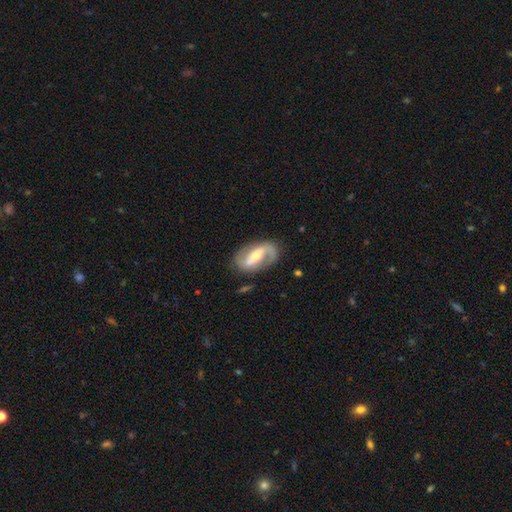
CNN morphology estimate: Smooth or featured?
  - featured or disk: 83% *
  - smooth: 12%
  - star or artifact: 5%
Edge-on disk?
  - no: 96% *
  - yes: 4%
Bar?
  - strong: 51% *
  - weak: 32%
  - no: 17%
Spiral arms?
  - yes: 91% *
  - no: 9%
Spiral winding?
  - medium: 43% *
  - loose: 39%
  - tight: 19%
Spiral arm count?
  - 2: 85% *
  - 1: 8%
  - can't tell: 4%
  - 3: 1%
  - 4: 1%
  - more than 4: 1%
Bulge size?
  - moderate: 57% *
  - small: 37%
  - large: 4%
  - none: 2%
  - dominant: 1%
Merging?
  - none: 77% *
  - minor disturbance: 14%
  - major disturbance: 6%
  - merger: 3%